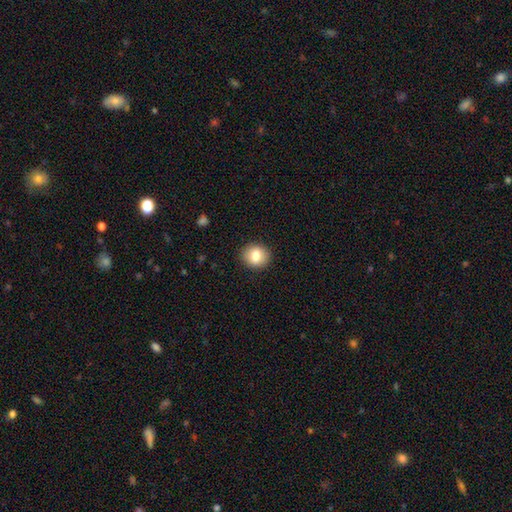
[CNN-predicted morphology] Smooth or featured? Predicted: smooth (p=0.81). How rounded? Predicted: round (p=0.75). Merging? Predicted: none (p=0.90).